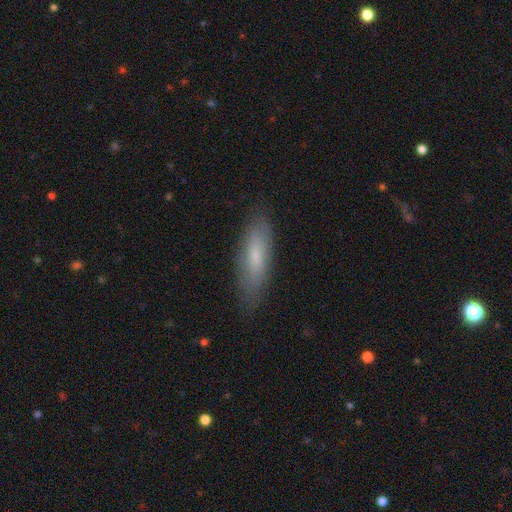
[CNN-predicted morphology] A smooth galaxy with no disk features (69%) that is cigar-shaped (56%).

Vote fractions:
- Smooth or featured? smooth: 69% / featured or disk: 24% / star or artifact: 7%
- How rounded? cigar-shaped: 56% / in between: 42% / round: 2%
- Merging? none: 82% / minor disturbance: 13% / major disturbance: 3% / merger: 1%